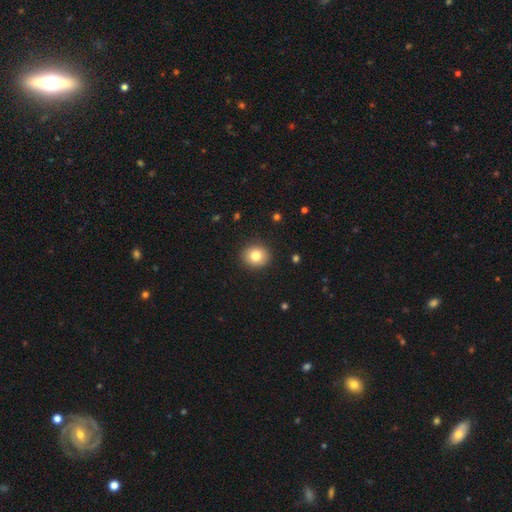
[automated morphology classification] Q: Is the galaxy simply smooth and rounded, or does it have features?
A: smooth — 81%.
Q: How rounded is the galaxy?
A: round — 79%.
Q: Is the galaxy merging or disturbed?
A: none — 91%.